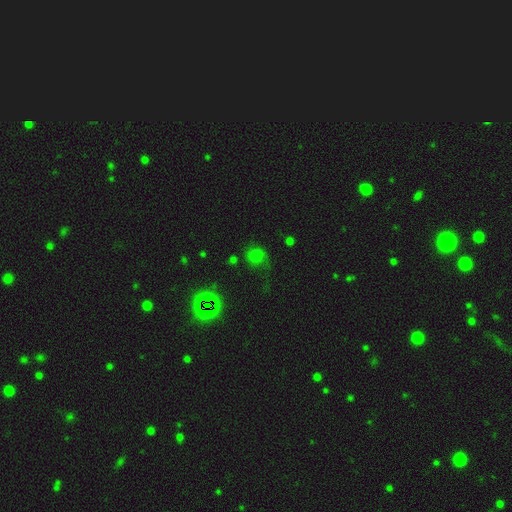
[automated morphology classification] smooth-or-featured: smooth: 57% | star or artifact: 30% | featured or disk: 14%
  how-rounded: round: 79% | in between: 20% | cigar-shaped: 1%
  merging: none: 54% | minor disturbance: 23% | major disturbance: 20% | merger: 3%